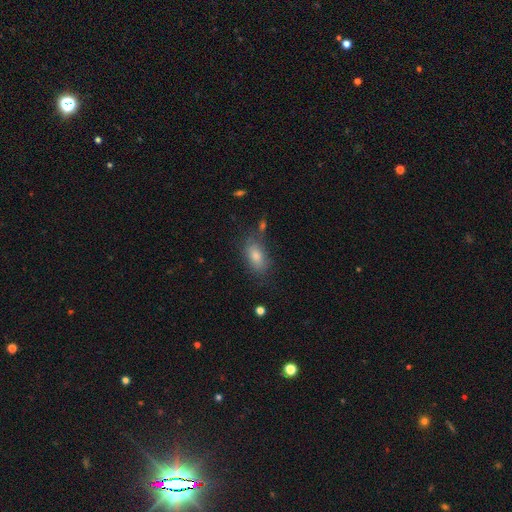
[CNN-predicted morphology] smooth-or-featured: smooth: 77% | featured or disk: 12% | star or artifact: 11%
  how-rounded: in between: 87% | round: 8% | cigar-shaped: 6%
  merging: none: 73% | minor disturbance: 16% | merger: 5% | major disturbance: 5%